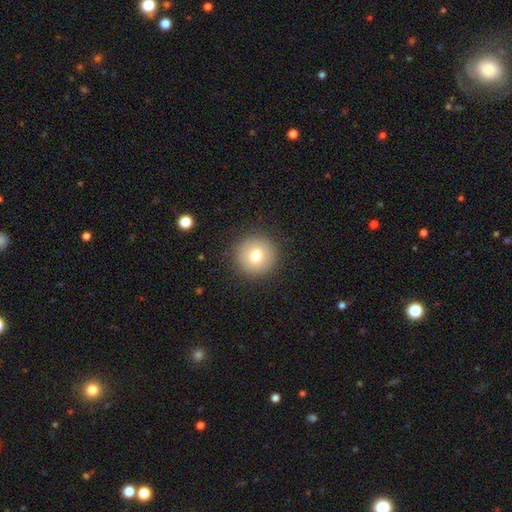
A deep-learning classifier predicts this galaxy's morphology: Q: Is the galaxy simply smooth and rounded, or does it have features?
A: smooth — 75%.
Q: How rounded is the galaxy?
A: round — 96%.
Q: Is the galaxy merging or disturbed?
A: none — 90%.